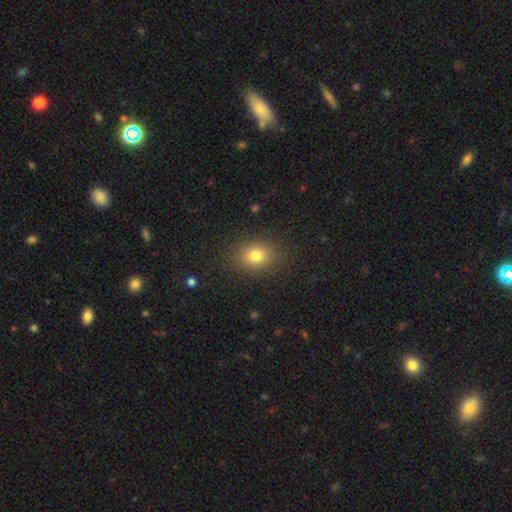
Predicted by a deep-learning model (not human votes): Smooth or featured? smooth (79%)
How rounded? round (52%)
Merging? none (87%)